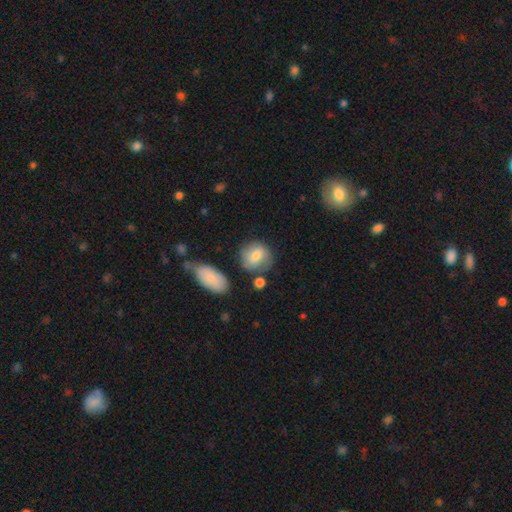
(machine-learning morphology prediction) Smooth or featured? Predicted: smooth (p=0.70). How rounded? Predicted: round (p=0.72). Merging? Predicted: none (p=0.65).